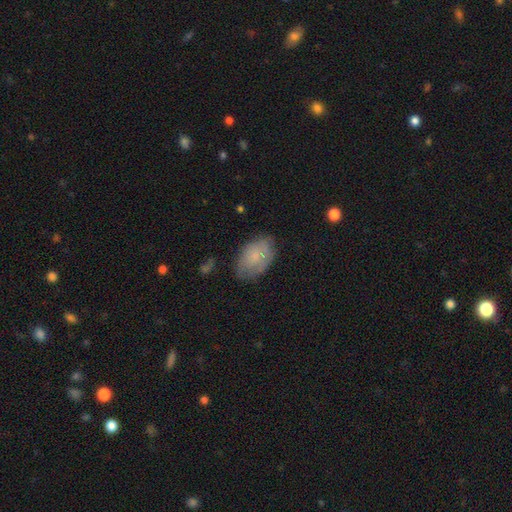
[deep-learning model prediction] The model was most divided on "merging": none: 67%, minor disturbance: 24%, major disturbance: 7%, merger: 2%. More confident: how rounded — in between (91%); smooth or featured — smooth (71%).